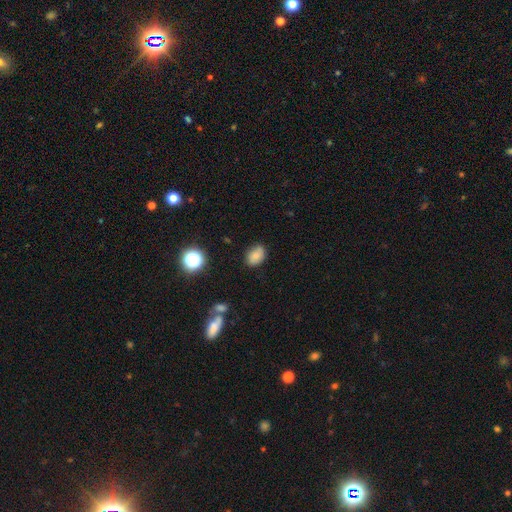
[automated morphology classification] Smooth or featured? Predicted: smooth (p=0.80). How rounded? Predicted: in between (p=0.79). Merging? Predicted: none (p=0.80).